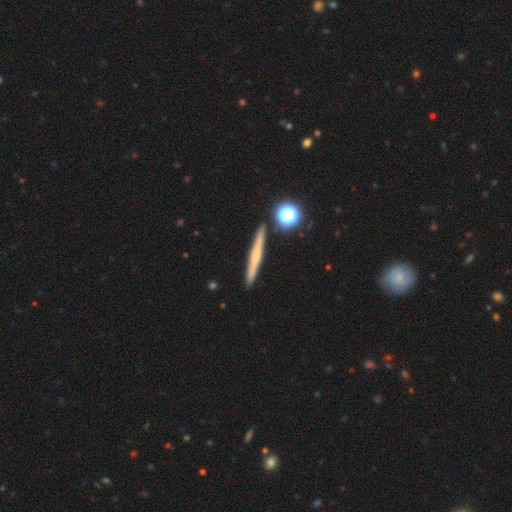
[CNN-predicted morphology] Smooth or featured?
  - featured or disk: 48% *
  - smooth: 43%
  - star or artifact: 9%
Merging?
  - none: 89% *
  - minor disturbance: 6%
  - merger: 3%
  - major disturbance: 2%